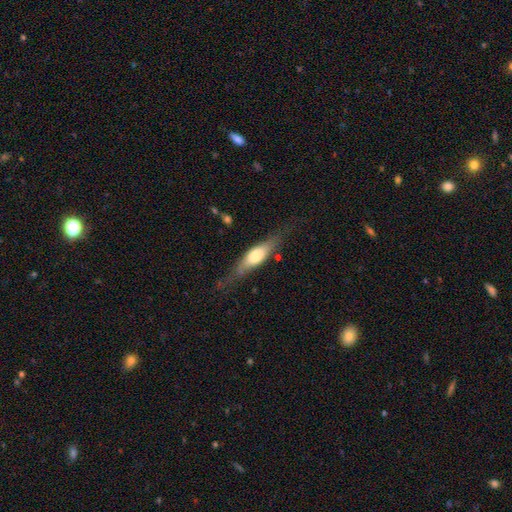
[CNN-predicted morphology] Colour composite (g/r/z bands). It shows a smooth galaxy with no disk features (48%). Merging: none (67%).